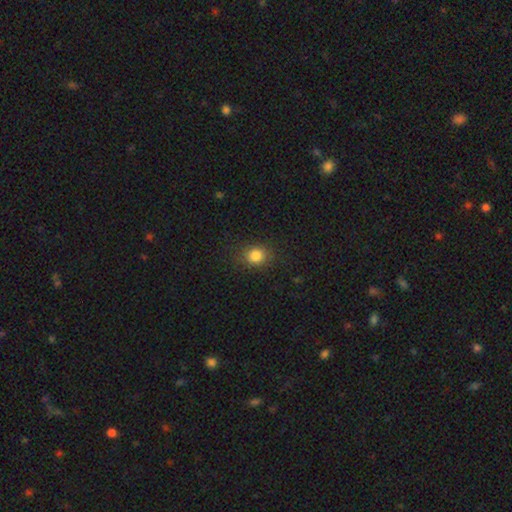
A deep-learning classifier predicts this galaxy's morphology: type=smooth (83%); roundness=round (69%); merging=none (85%).